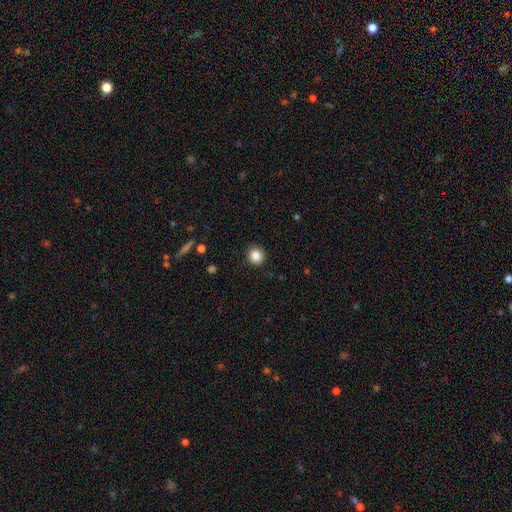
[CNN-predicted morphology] smooth 86%, star or artifact 10%, featured or disk 4%. Down the decision tree: how rounded — round (91%); merging — none (89%).